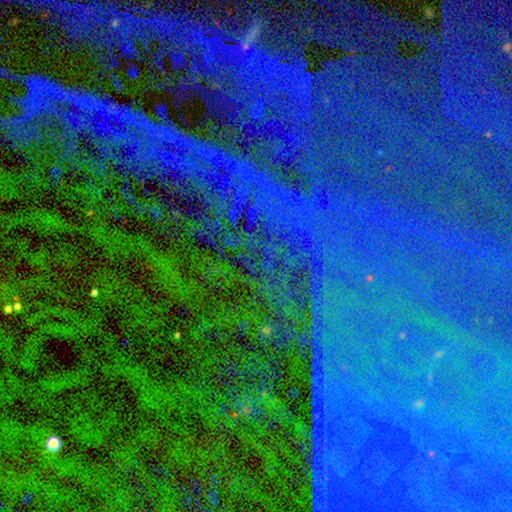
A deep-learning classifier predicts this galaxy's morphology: Q: Smooth or featured?
A: star or artifact (84%); runner-up: featured or disk (8%)